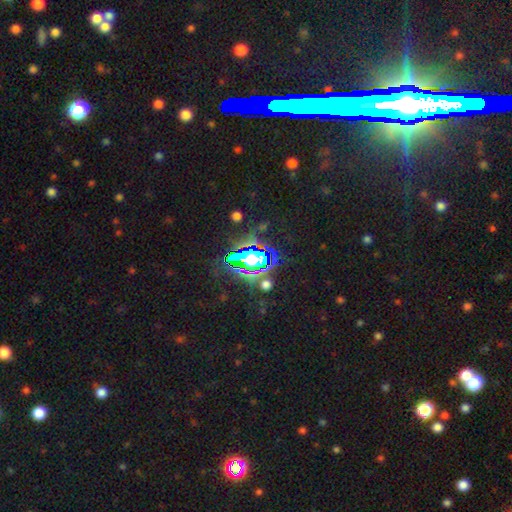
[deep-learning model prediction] Smooth or featured: star or artifact — 77% (featured or disk — 13%)